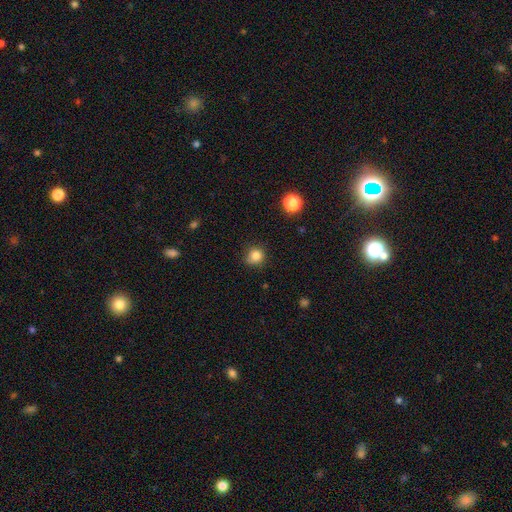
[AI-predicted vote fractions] Smooth or featured? Predicted: smooth (p=0.83). How rounded? Predicted: round (p=0.87). Merging? Predicted: none (p=0.71).